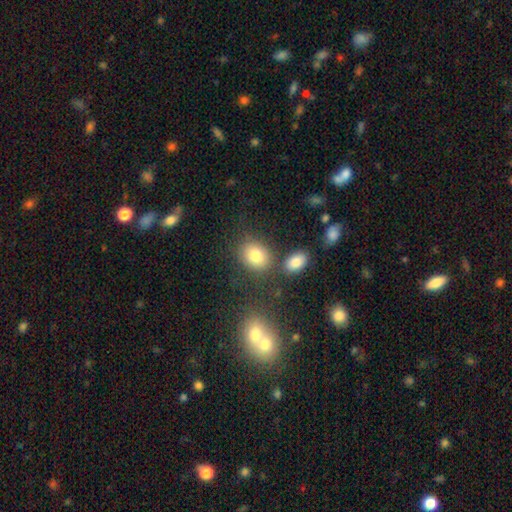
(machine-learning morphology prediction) This appears to be a smooth galaxy with no disk features (79%) that is round (52%). Merging: none (72%).